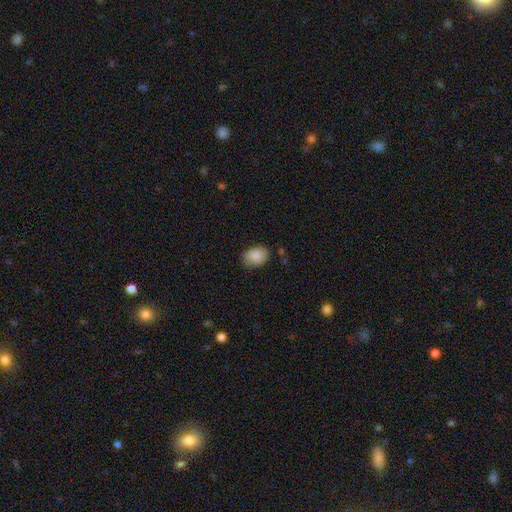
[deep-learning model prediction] Smooth or featured? Predicted: smooth (p=0.87). How rounded? Predicted: in between (p=0.72). Merging? Predicted: none (p=0.80).